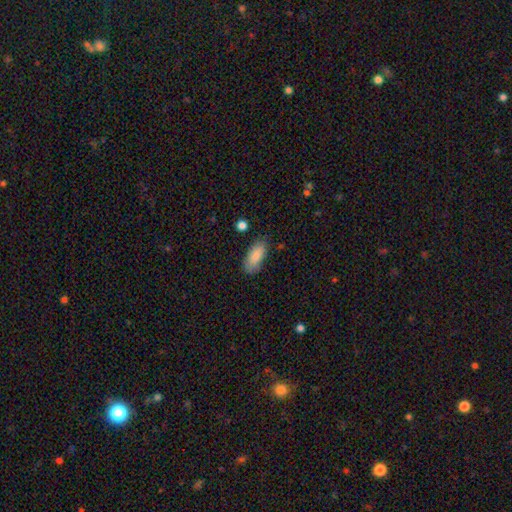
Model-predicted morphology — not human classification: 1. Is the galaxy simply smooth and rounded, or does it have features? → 86% smooth, 7% featured or disk, 6% star or artifact.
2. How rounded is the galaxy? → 88% in between, 10% cigar-shaped, 2% round.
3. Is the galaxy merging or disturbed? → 78% none, 16% minor disturbance, 3% major disturbance, 2% merger.